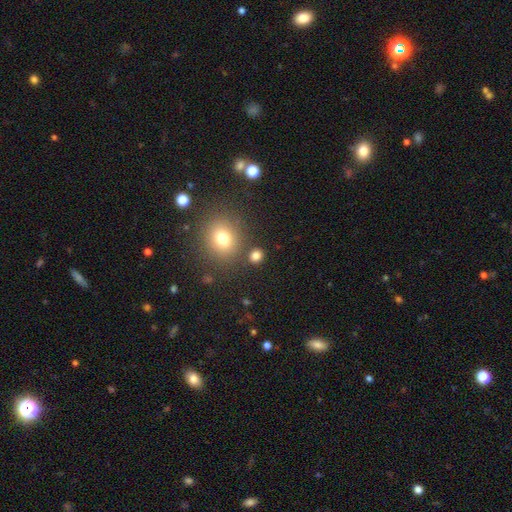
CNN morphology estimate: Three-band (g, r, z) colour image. It shows a smooth galaxy with no disk features (79%) that is round (71%). Merging: none (80%).